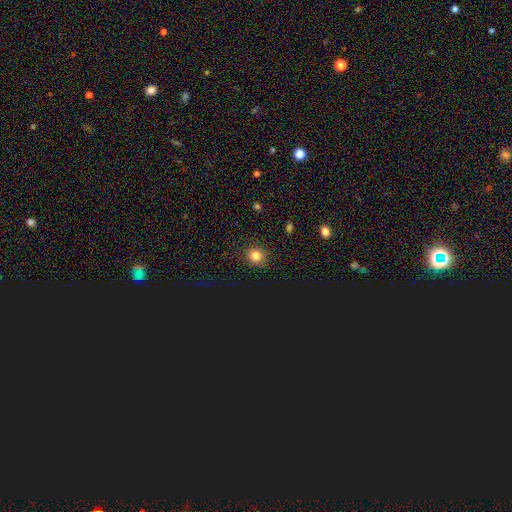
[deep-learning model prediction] A smooth galaxy with no disk features (77%) that is round (85%).

Vote fractions:
- Smooth or featured? smooth: 77% / star or artifact: 18% / featured or disk: 5%
- How rounded? round: 85% / in between: 14% / cigar-shaped: 1%
- Merging? none: 88% / minor disturbance: 8% / major disturbance: 2% / merger: 1%